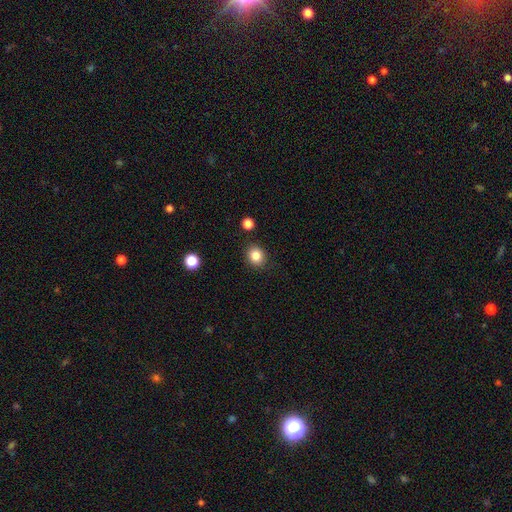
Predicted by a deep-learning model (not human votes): This is clearly a smooth galaxy (84%). How rounded: likely round (79%). Merging: clearly none (87%).